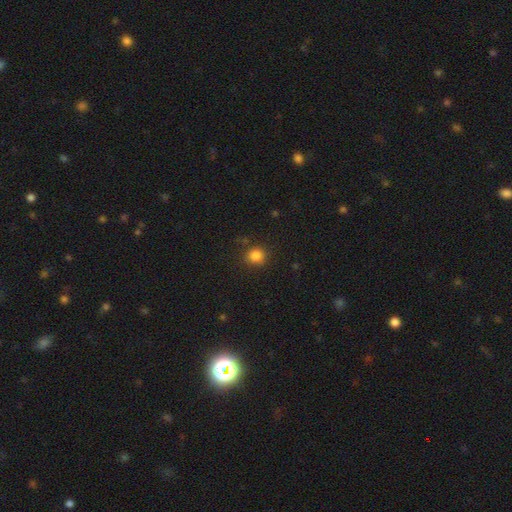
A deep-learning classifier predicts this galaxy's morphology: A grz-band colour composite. It shows a smooth galaxy with no disk features (84%) that is round (87%). Merging: none (86%).